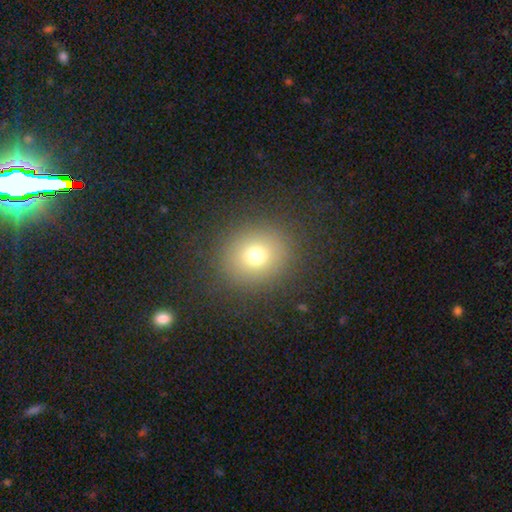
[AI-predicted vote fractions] A smooth galaxy with no disk features (72%) that is round (80%).

Vote fractions:
- Smooth or featured? smooth: 72% / star or artifact: 17% / featured or disk: 10%
- How rounded? round: 80% / in between: 19% / cigar-shaped: 1%
- Merging? none: 87% / minor disturbance: 7% / major disturbance: 5% / merger: 1%